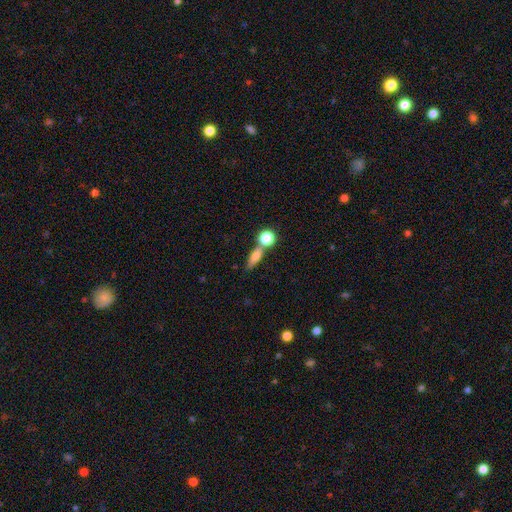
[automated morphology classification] smooth 67%, featured or disk 22%, star or artifact 11%. Down the decision tree: how rounded — in between (41%); merging — none (54%).